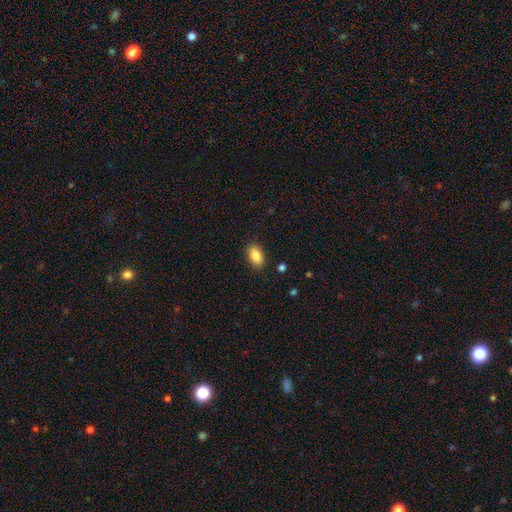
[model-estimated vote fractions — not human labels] The model was most divided on "merging": none: 86%, minor disturbance: 10%, major disturbance: 2%, merger: 1%. More confident: how rounded — in between (90%); smooth or featured — smooth (84%).